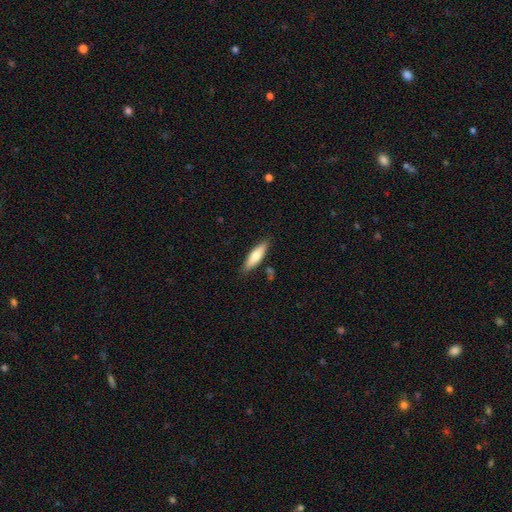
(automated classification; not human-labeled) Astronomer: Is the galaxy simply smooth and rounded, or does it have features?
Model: smooth — 70%.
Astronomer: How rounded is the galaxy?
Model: cigar-shaped — 59% (runner-up: in between, 40%).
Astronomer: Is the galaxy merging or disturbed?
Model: none — 83%.